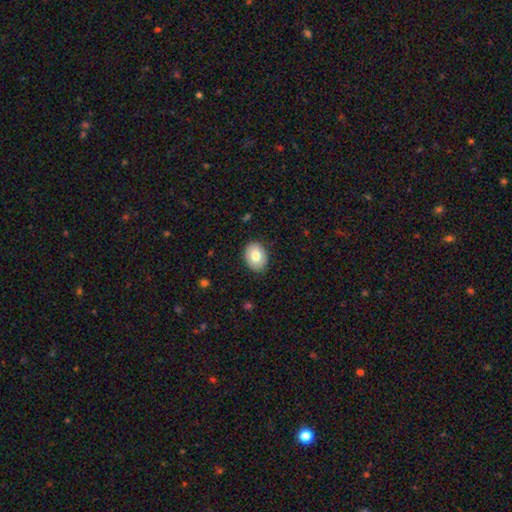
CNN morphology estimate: The model was most divided on "how rounded": in between: 67%, round: 32%, cigar-shaped: 1%. More confident: merging — none (87%); smooth or featured — smooth (78%).